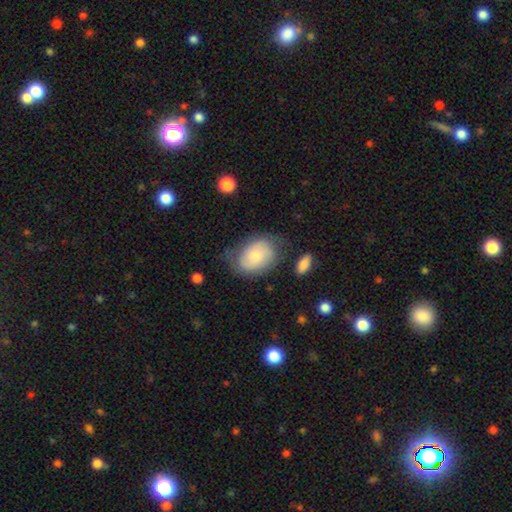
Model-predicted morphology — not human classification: This appears to be a smooth galaxy with no disk features (59%) that is in between round and cigar-shaped (72%). Merging: none (59%).